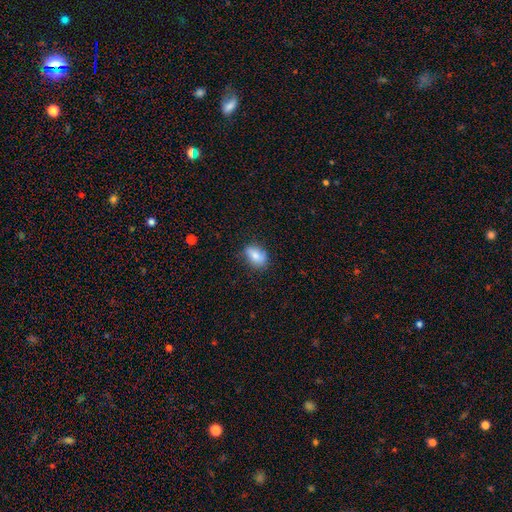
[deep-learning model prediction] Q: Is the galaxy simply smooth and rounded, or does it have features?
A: smooth — 80%.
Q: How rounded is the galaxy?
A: in between — 79%.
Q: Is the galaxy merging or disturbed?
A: none — 73%.